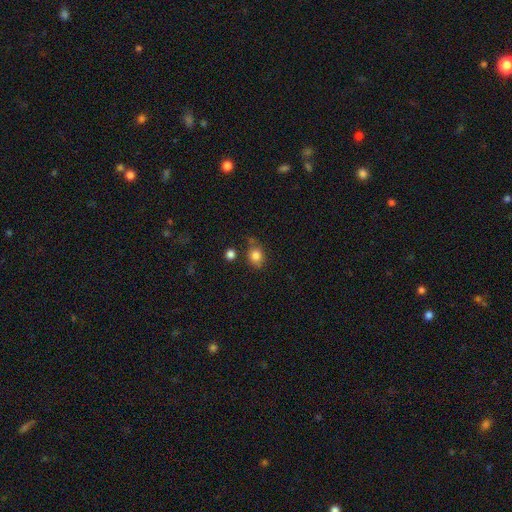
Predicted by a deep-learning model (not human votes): This appears to be a smooth galaxy with no disk features (83%) that is round (63%). Merging: none (69%).